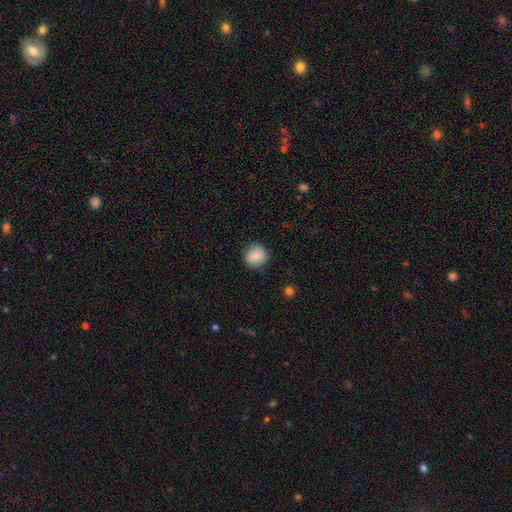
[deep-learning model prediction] This is clearly a smooth galaxy (82%). How rounded: clearly round (90%). Merging: clearly none (87%).